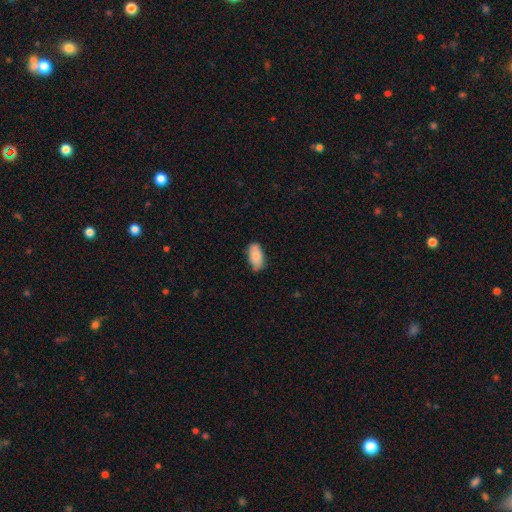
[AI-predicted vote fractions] Smooth or featured?
  - smooth: 82% *
  - featured or disk: 12%
  - star or artifact: 6%
How rounded?
  - in between: 93% *
  - cigar-shaped: 4%
  - round: 3%
Merging?
  - none: 77% *
  - minor disturbance: 19%
  - major disturbance: 3%
  - merger: 1%